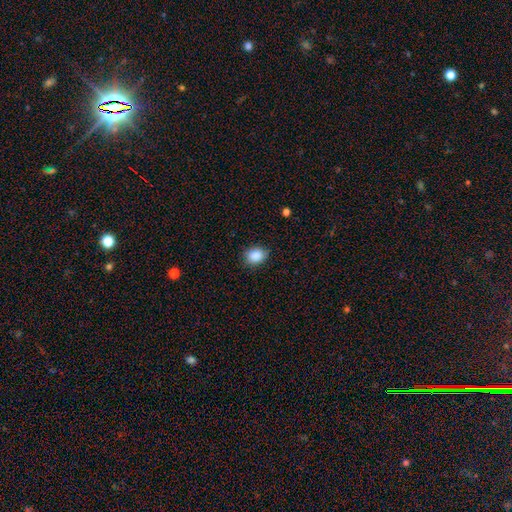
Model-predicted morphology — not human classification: smooth-or-featured: smooth: 86% | star or artifact: 9% | featured or disk: 5%
  how-rounded: round: 50% | in between: 49% | cigar-shaped: 1%
  merging: none: 84% | minor disturbance: 13% | major disturbance: 2% | merger: 1%